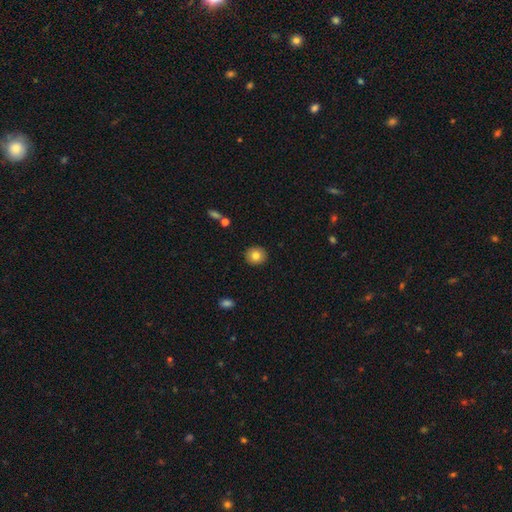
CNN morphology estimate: The model was most divided on "smooth or featured": smooth: 81%, featured or disk: 10%, star or artifact: 9%. More confident: merging — none (91%); how rounded — round (88%).